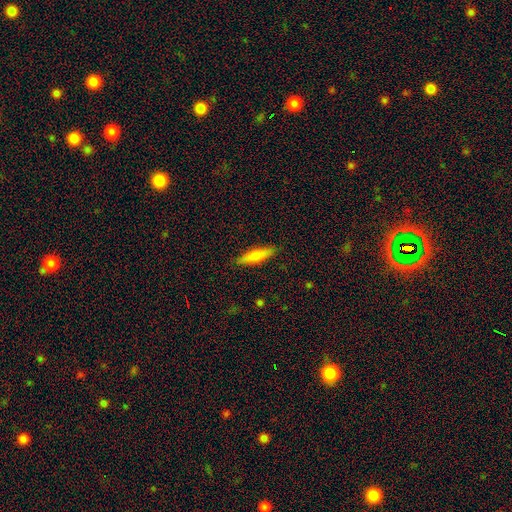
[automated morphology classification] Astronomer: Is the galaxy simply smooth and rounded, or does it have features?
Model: smooth — 70%.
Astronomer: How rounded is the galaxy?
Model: cigar-shaped — 64%.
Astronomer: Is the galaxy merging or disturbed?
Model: none — 88%.